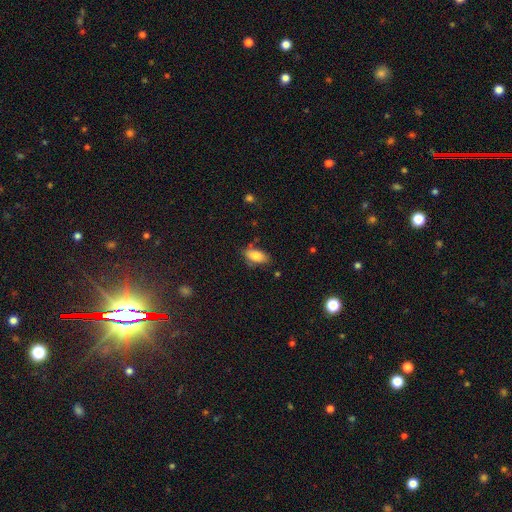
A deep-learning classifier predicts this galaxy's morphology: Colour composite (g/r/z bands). It shows a smooth galaxy with no disk features (80%) that is in between round and cigar-shaped (90%). Merging: none (72%).